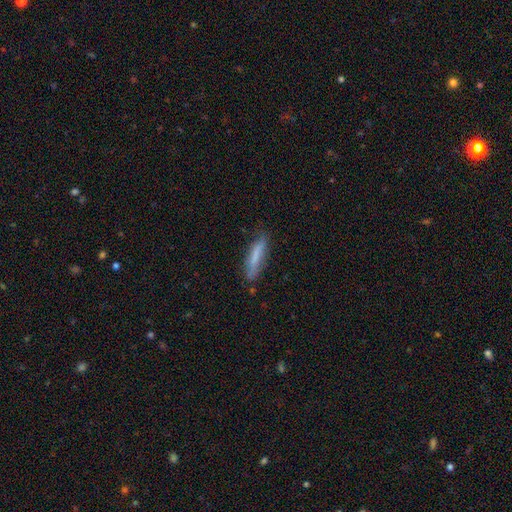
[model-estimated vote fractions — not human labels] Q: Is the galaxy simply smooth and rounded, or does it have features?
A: smooth — 71%.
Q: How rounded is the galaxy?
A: cigar-shaped — 79%.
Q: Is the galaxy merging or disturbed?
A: none — 72%.